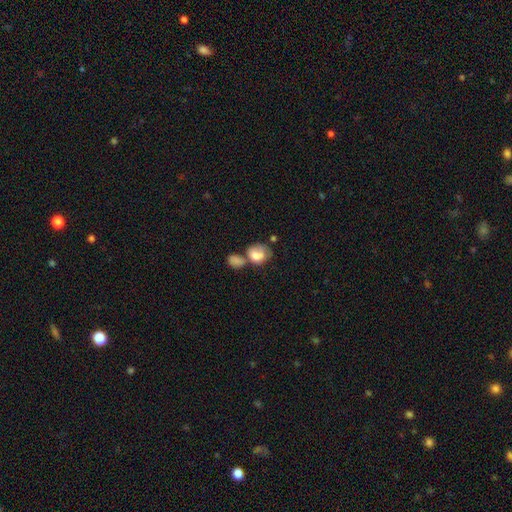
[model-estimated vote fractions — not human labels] Smooth or featured?
  - smooth: 70% *
  - featured or disk: 21%
  - star or artifact: 9%
How rounded?
  - in between: 56% *
  - round: 43%
  - cigar-shaped: 1%
Merging?
  - merger: 42% *
  - none: 25%
  - minor disturbance: 17%
  - major disturbance: 15%